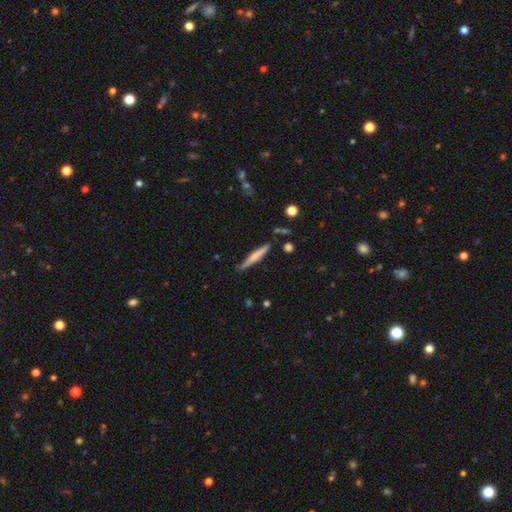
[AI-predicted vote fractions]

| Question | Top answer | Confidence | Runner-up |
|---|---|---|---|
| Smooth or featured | smooth | 53% | featured or disk (41%) |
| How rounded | cigar-shaped | 94% | in between (5%) |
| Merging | none | 82% | minor disturbance (13%) |